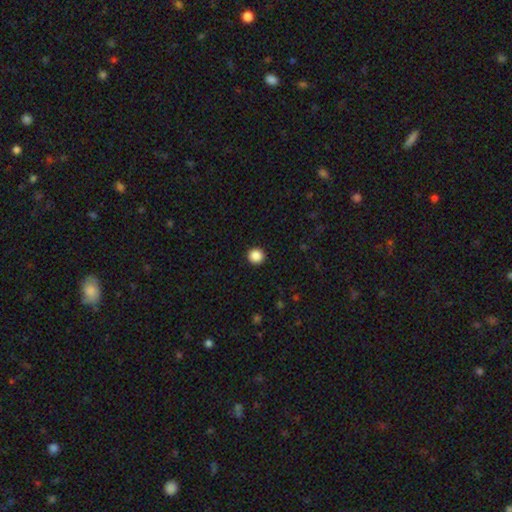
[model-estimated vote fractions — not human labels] A smooth galaxy with no disk features (88%) that is round (94%). Merging: none (94%).